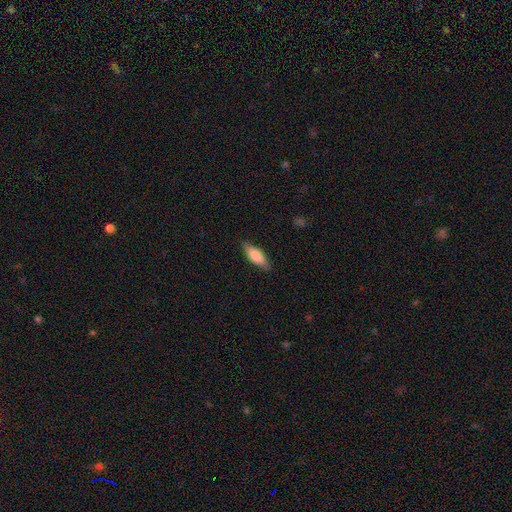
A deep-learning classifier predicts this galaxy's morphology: smooth_or_featured: smooth (p=0.77) [alt: featured or disk p=0.17]
how_rounded: in between (p=0.63) [alt: cigar-shaped p=0.35]
merging: none (p=0.85) [alt: minor disturbance p=0.12]